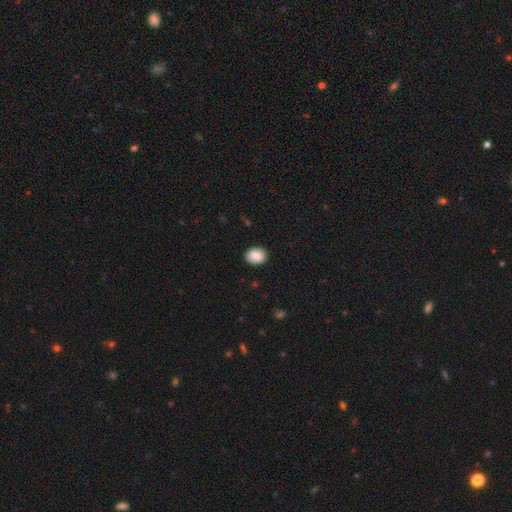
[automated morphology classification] A smooth galaxy with no disk features (86%) that is in between round and cigar-shaped (55%). Merging: none (89%).